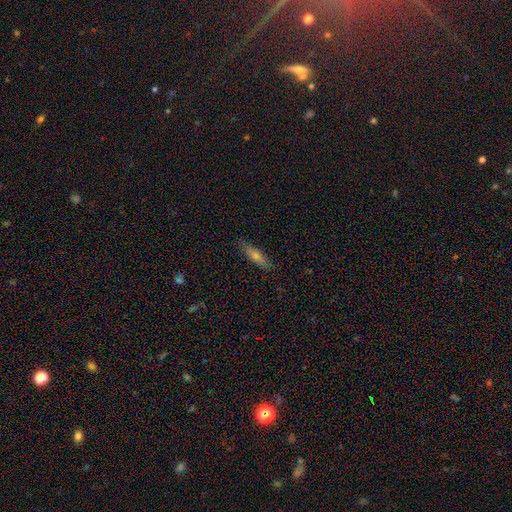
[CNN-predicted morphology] Smooth or featured?
  - smooth: 50% *
  - featured or disk: 42%
  - star or artifact: 8%
How rounded?
  - cigar-shaped: 78% *
  - in between: 20%
  - round: 2%
Merging?
  - none: 86% *
  - minor disturbance: 11%
  - major disturbance: 2%
  - merger: 1%